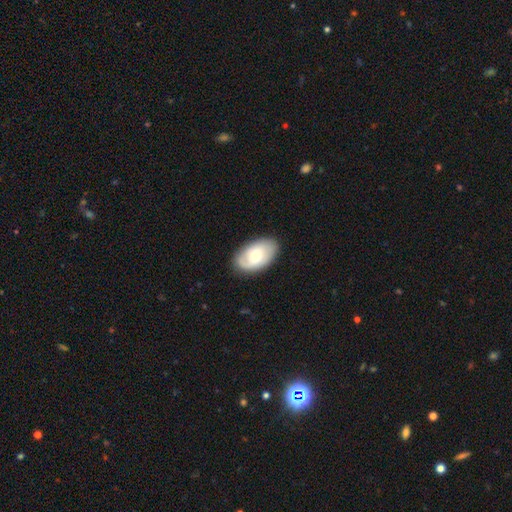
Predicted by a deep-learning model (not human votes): Smooth or featured? smooth (47%, tied with featured or disk)
Merging? none (82%)